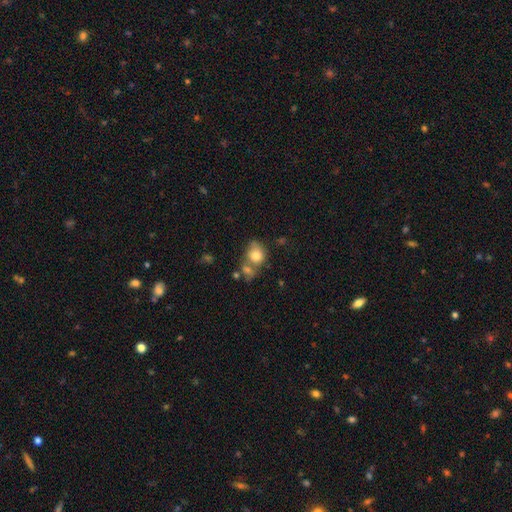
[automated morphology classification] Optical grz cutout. It shows a smooth galaxy with no disk features (78%) that is round (55%). Merging: merger (38%).